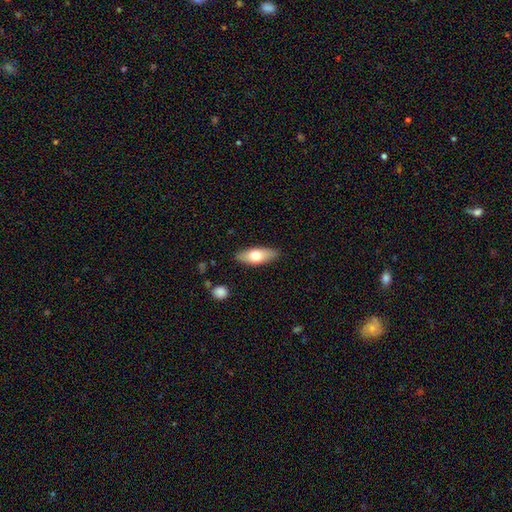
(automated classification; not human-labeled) A smooth galaxy with no disk features (67%) that is in between round and cigar-shaped (74%).

Vote fractions:
- Smooth or featured? smooth: 67% / featured or disk: 27% / star or artifact: 6%
- How rounded? in between: 74% / cigar-shaped: 23% / round: 3%
- Merging? none: 87% / minor disturbance: 10% / major disturbance: 2% / merger: 1%